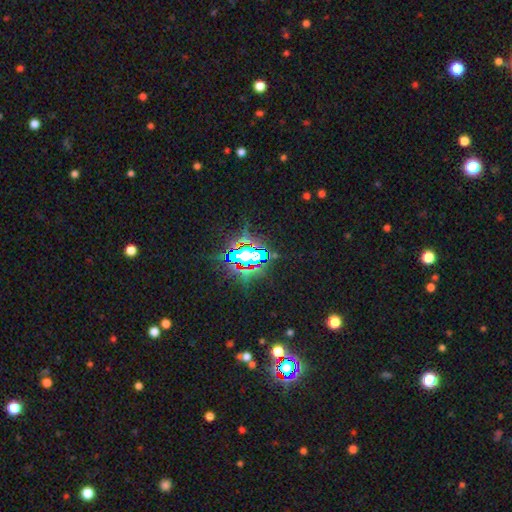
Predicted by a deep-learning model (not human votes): Smooth or featured?
  - star or artifact: 80% *
  - smooth: 11%
  - featured or disk: 9%